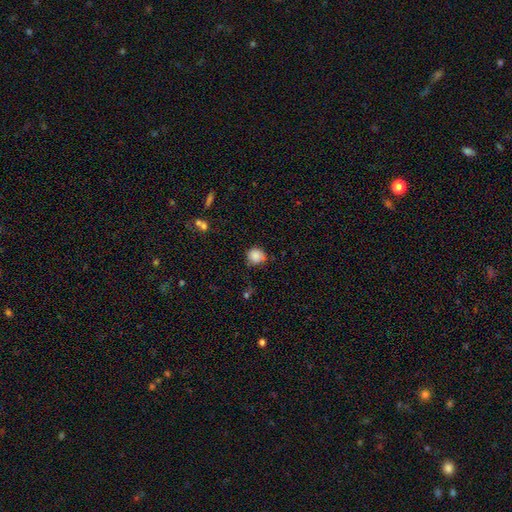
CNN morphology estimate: smooth_or_featured: smooth (p=0.87) [alt: star or artifact p=0.09]
how_rounded: round (p=0.83) [alt: in between p=0.16]
merging: none (p=0.71) [alt: minor disturbance p=0.22]